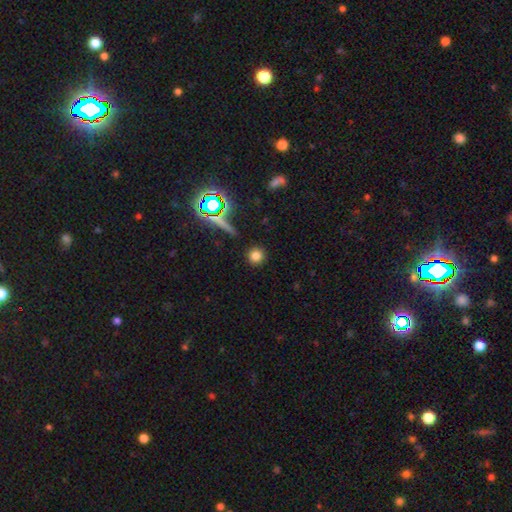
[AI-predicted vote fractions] Morphology: type=smooth (76%); roundness=round (94%); merging=none (90%).